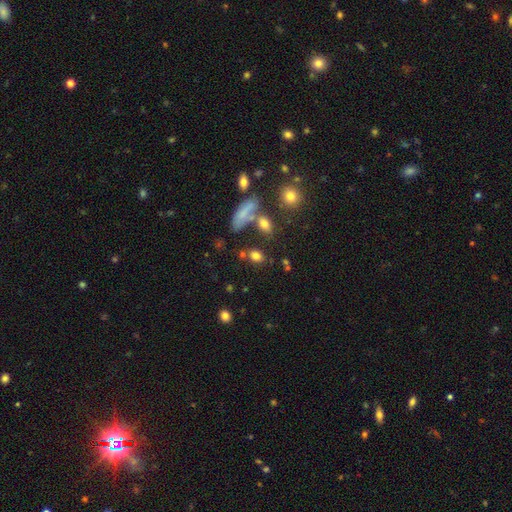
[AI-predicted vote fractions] The model was most divided on "how rounded": in between: 69%, round: 25%, cigar-shaped: 6%. More confident: smooth or featured — smooth (77%); merging — none (65%).